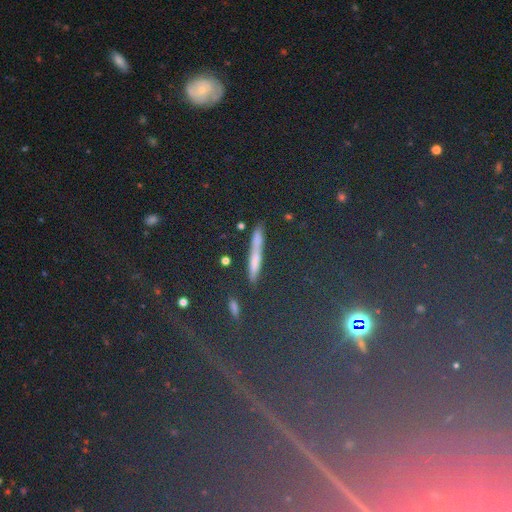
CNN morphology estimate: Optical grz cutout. It shows a star or artifact, not a galaxy (67%).